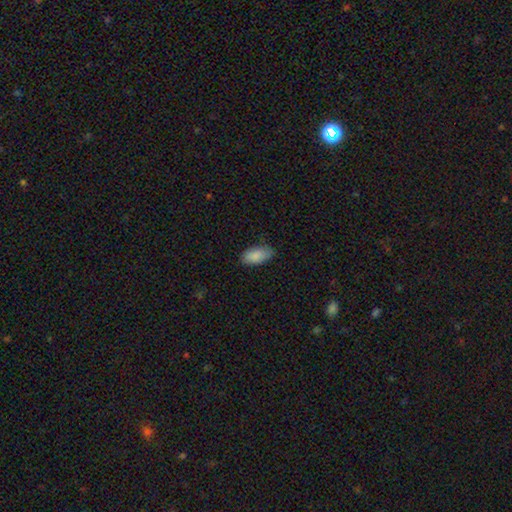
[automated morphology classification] Smooth or featured?
  - smooth: 87% *
  - featured or disk: 7%
  - star or artifact: 6%
How rounded?
  - in between: 93% *
  - cigar-shaped: 5%
  - round: 3%
Merging?
  - none: 77% *
  - minor disturbance: 19%
  - major disturbance: 3%
  - merger: 1%